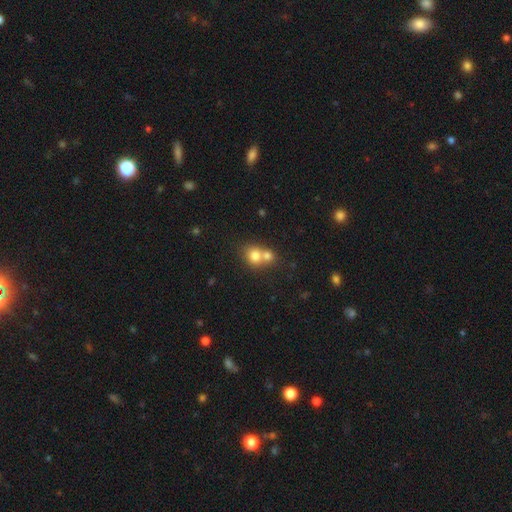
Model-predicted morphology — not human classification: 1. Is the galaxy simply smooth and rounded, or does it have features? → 77% smooth, 13% featured or disk, 11% star or artifact.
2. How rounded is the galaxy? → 73% round, 26% in between, 1% cigar-shaped.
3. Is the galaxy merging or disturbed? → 60% merger, 32% none, 6% minor disturbance, 3% major disturbance.